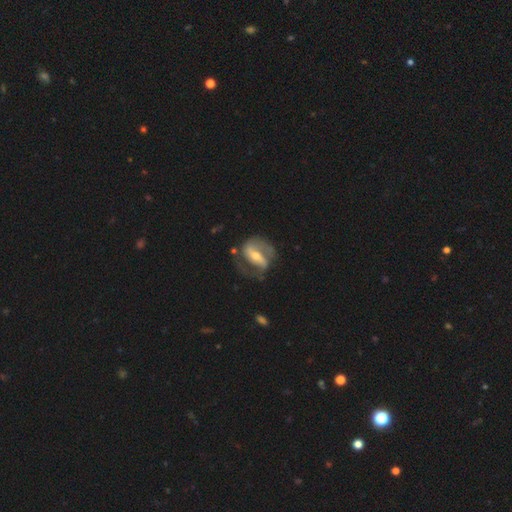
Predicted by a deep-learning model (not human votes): Smooth or featured? Predicted: featured or disk (p=0.84). Edge-on disk? Predicted: no (p=0.95). Bar? Predicted: strong (p=0.60). Spiral arms? Predicted: yes (p=0.89). Spiral winding? Predicted: medium (p=0.48). Spiral arm count? Predicted: 2 (p=0.85). Bulge size? Predicted: moderate (p=0.52). Merging? Predicted: none (p=0.62).